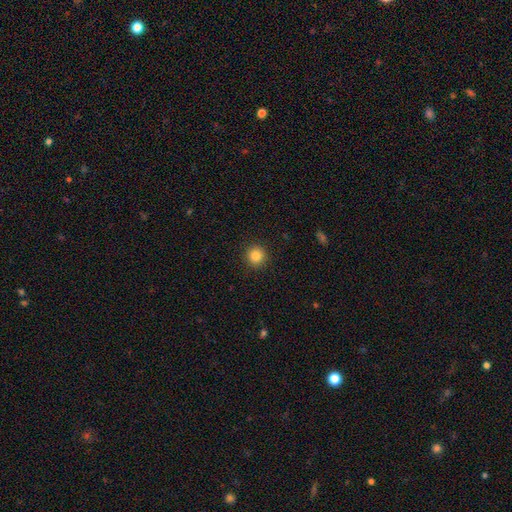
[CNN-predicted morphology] Overall: smooth (84%). How rounded: round (94%). Merging: none (92%).